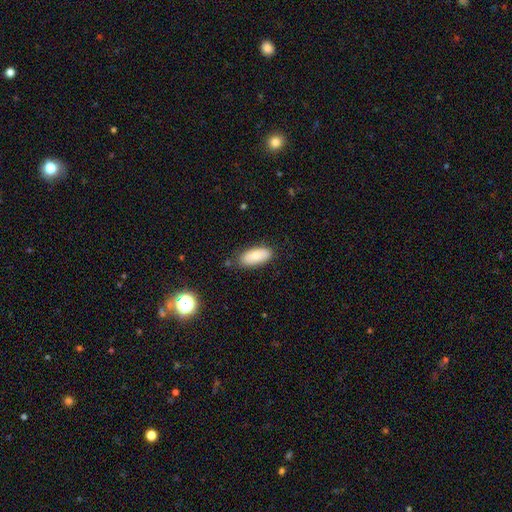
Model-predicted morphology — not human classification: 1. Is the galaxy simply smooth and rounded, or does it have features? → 83% smooth, 10% featured or disk, 7% star or artifact.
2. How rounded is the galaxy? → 87% in between, 11% cigar-shaped, 2% round.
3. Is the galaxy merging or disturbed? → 79% none, 15% minor disturbance, 3% major disturbance, 2% merger.